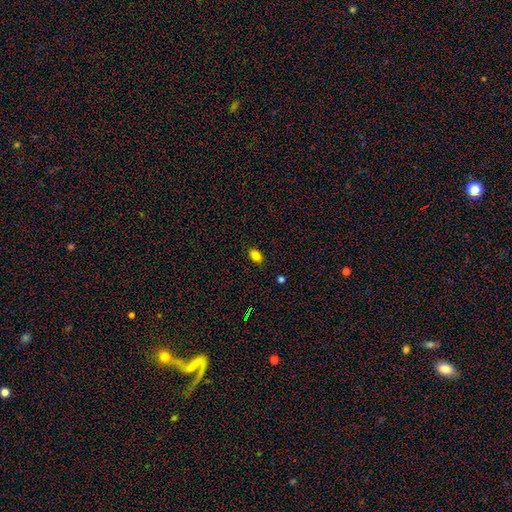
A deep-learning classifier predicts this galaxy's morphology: This is clearly a smooth galaxy (81%). How rounded: clearly in between (82%). Merging: clearly none (85%).